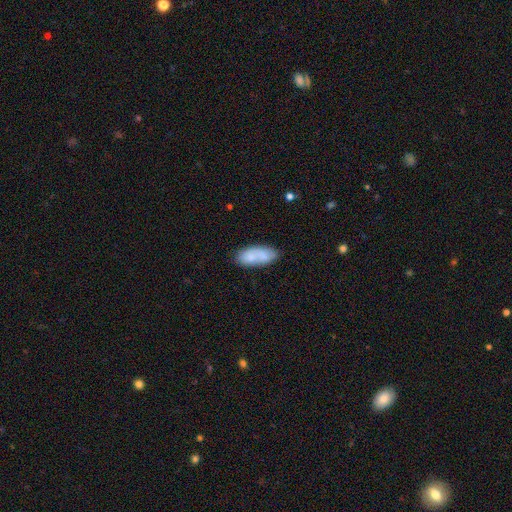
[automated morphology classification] type=smooth (75%); roundness=in between (83%); merging=none (64%).